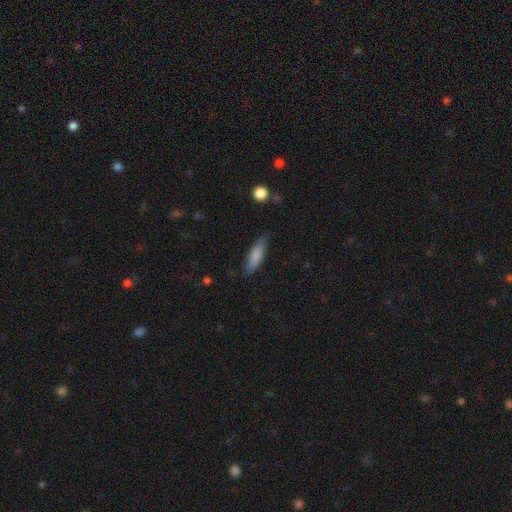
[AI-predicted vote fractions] The model was most divided on "how rounded": cigar-shaped: 55%, in between: 43%, round: 2%. More confident: smooth or featured — smooth (82%); merging — none (75%).